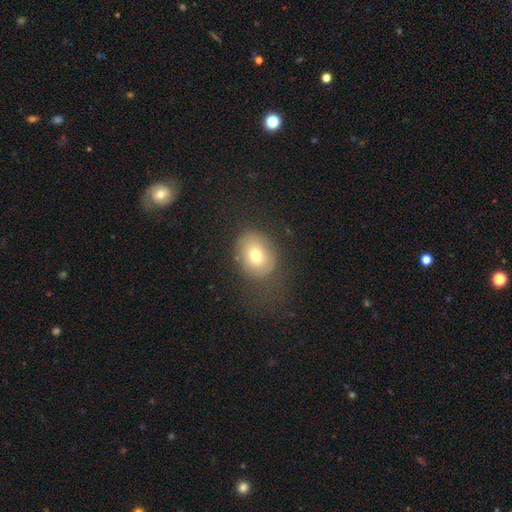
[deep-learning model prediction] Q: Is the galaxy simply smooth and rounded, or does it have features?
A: smooth — 70%.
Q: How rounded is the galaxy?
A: in between — 53%.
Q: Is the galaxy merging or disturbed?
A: none — 63%.